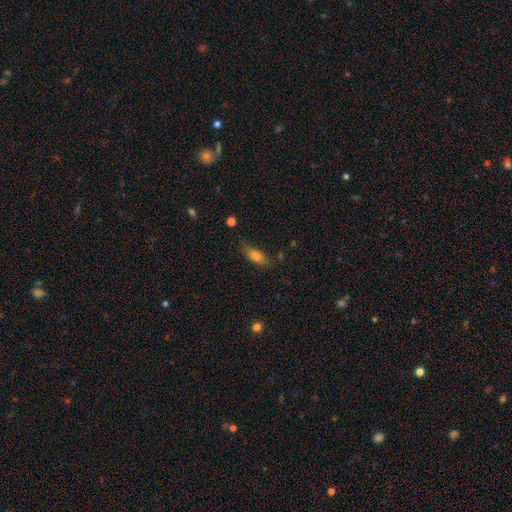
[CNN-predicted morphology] Overall: smooth (72%). How rounded: in between (63%; cigar-shaped 33%). Merging: none (69%).